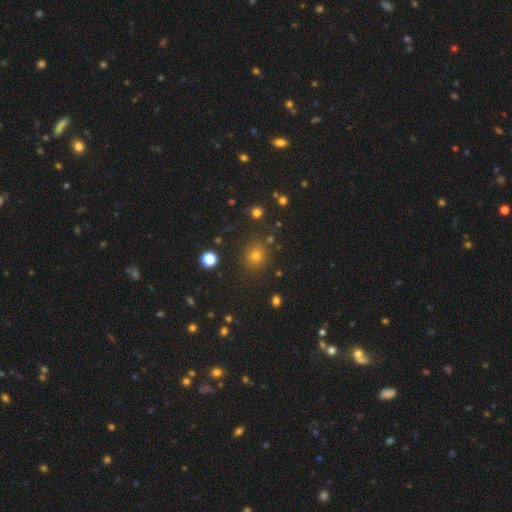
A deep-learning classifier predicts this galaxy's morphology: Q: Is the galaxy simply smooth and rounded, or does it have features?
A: smooth — 69%.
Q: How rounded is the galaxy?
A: round — 86%.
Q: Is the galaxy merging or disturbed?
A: none — 84%.